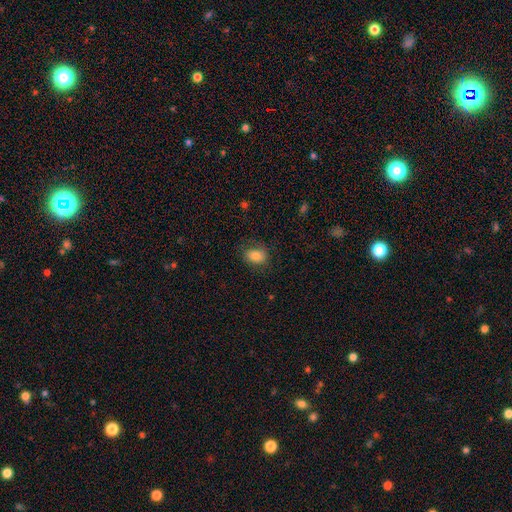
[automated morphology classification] smooth_or_featured: smooth (p=0.82) [alt: star or artifact p=0.09]
how_rounded: in between (p=0.77) [alt: round p=0.21]
merging: none (p=0.77) [alt: minor disturbance p=0.16]